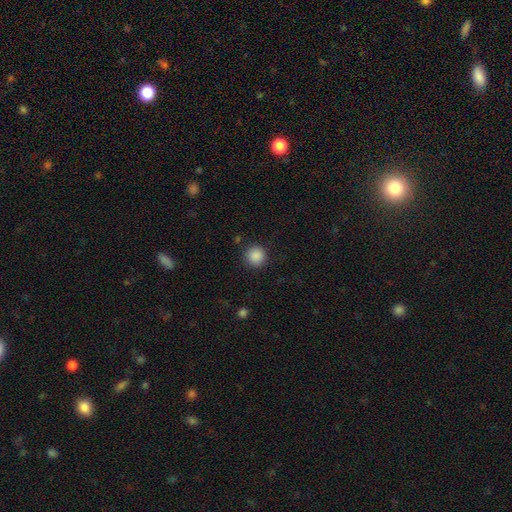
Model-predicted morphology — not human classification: smooth-or-featured: smooth: 87% | star or artifact: 10% | featured or disk: 3%
  how-rounded: round: 94% | in between: 5% | cigar-shaped: 1%
  merging: none: 89% | minor disturbance: 7% | major disturbance: 3% | merger: 1%